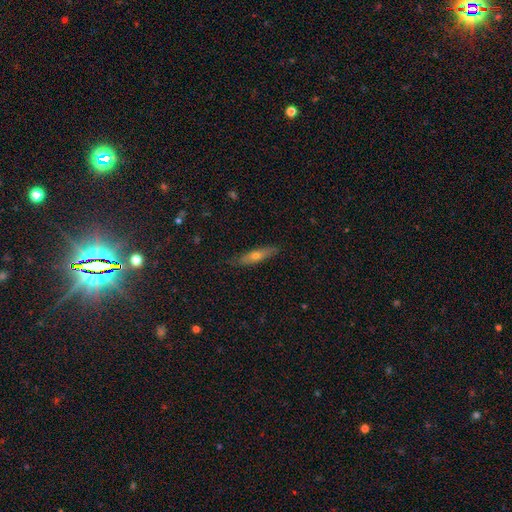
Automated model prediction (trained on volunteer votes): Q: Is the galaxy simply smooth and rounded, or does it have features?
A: smooth — 51%.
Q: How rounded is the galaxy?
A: cigar-shaped — 75%.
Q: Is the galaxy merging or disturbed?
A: none — 83%.